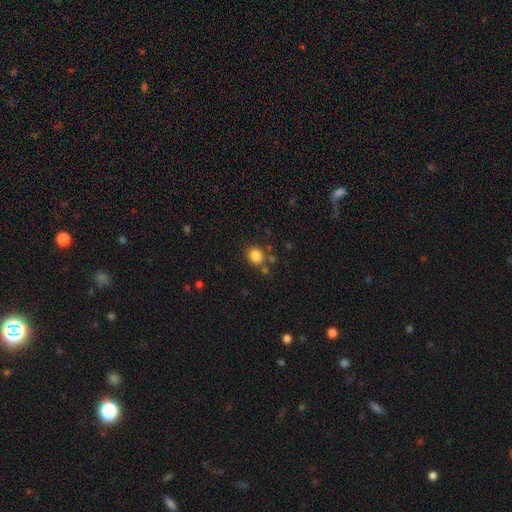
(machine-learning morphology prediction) Overall: smooth (84%). How rounded: round (68%; in between 31%). Merging: none (73%).